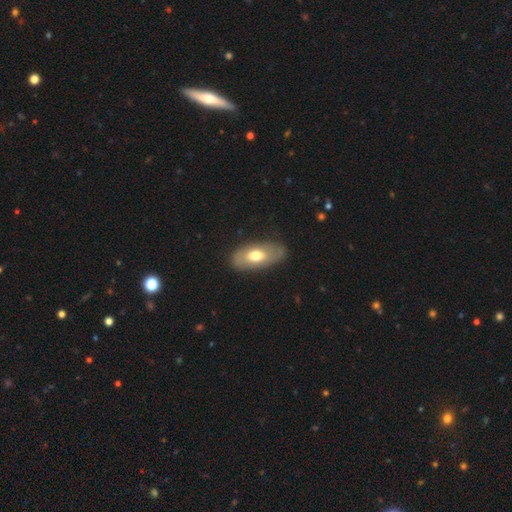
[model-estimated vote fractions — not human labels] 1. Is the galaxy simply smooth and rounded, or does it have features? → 60% smooth, 34% featured or disk, 6% star or artifact.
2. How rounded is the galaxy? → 89% in between, 7% cigar-shaped, 4% round.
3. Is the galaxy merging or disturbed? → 80% none, 15% minor disturbance, 4% major disturbance, 1% merger.